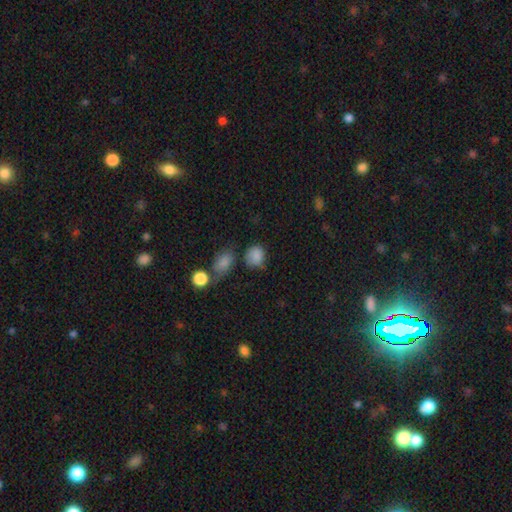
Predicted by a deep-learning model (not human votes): Q: Smooth or featured?
A: smooth (82%); runner-up: star or artifact (11%)
Q: How rounded?
A: round (64%); runner-up: in between (34%)
Q: Merging?
A: none (57%); runner-up: minor disturbance (23%)